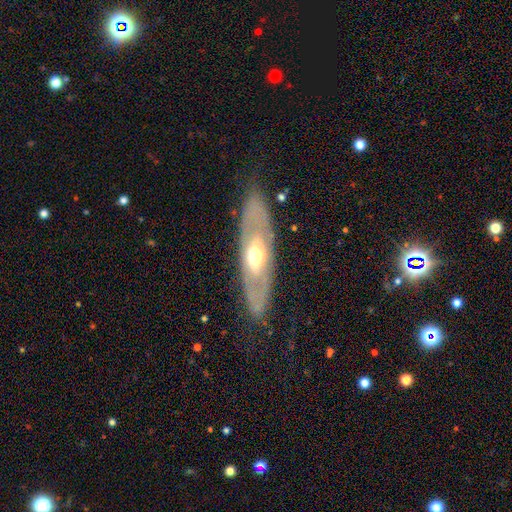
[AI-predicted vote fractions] Morphology: type=featured or disk (65%); edge-on=no (68%); merging=none (82%).